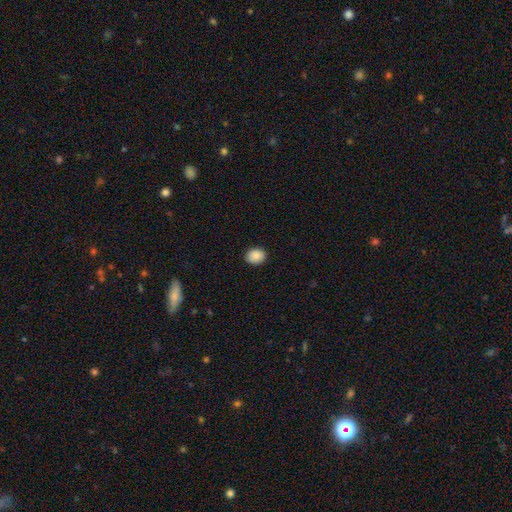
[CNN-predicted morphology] Overall: smooth (89%). How rounded: round (50%; in between 49%). Merging: none (90%).